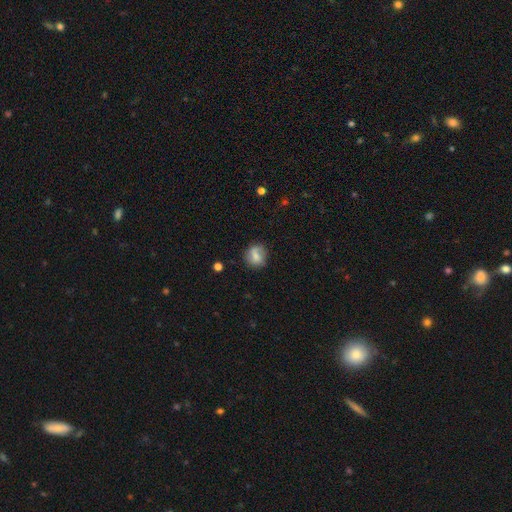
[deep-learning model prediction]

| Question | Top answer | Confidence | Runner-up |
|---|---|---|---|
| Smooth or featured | smooth | 68% | featured or disk (23%) |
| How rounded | round | 75% | in between (23%) |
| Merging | none | 69% | minor disturbance (20%) |